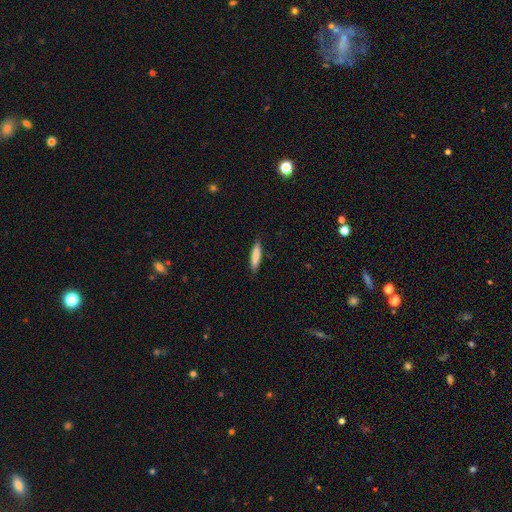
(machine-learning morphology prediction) smooth-or-featured: smooth: 84% | featured or disk: 10% | star or artifact: 6%
  how-rounded: cigar-shaped: 80% | in between: 19% | round: 1%
  merging: none: 87% | minor disturbance: 10% | major disturbance: 2% | merger: 1%